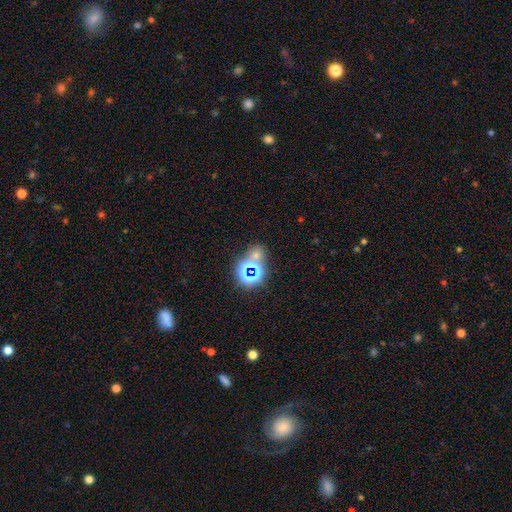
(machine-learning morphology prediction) A star or artifact, not a galaxy (58%).